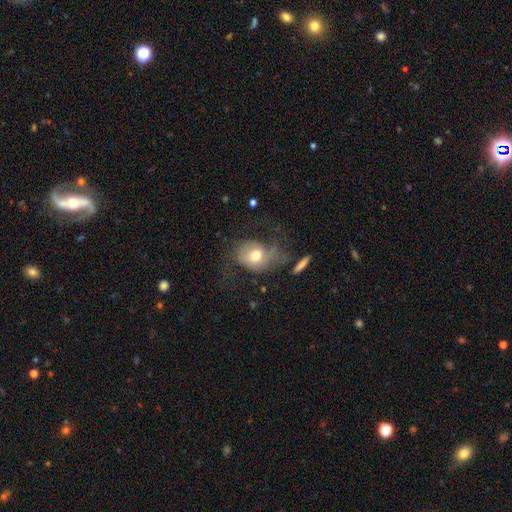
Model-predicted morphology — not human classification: Smooth or featured: smooth — 60% (featured or disk — 31%)
How rounded: in between — 53% (round — 45%)
Merging: major disturbance — 43% (none — 29%)